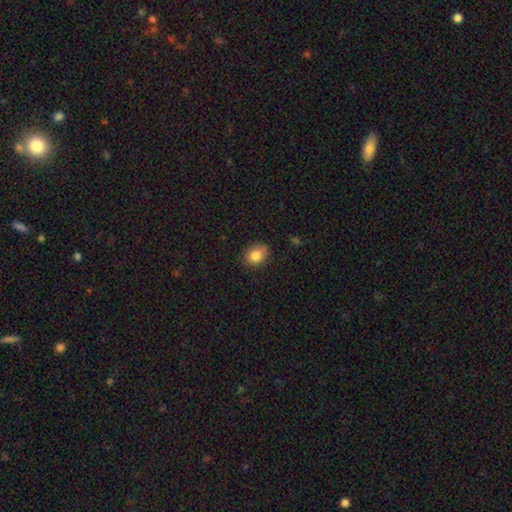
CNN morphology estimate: This is clearly a smooth galaxy (84%). How rounded: possibly round (54%). Merging: likely none (76%).